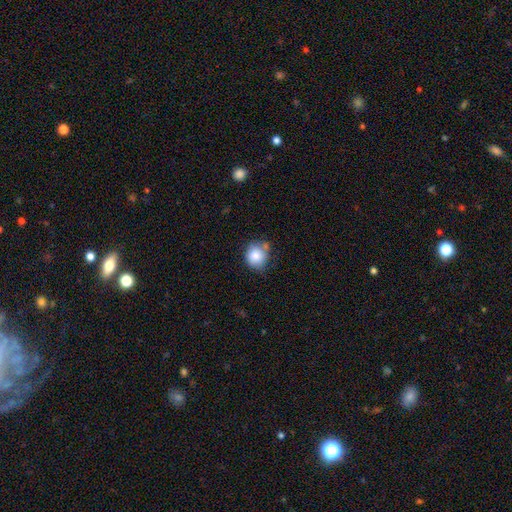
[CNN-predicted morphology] A smooth galaxy with no disk features (83%) that is round (79%).

Vote fractions:
- Smooth or featured? smooth: 83% / star or artifact: 9% / featured or disk: 8%
- How rounded? round: 79% / in between: 20% / cigar-shaped: 1%
- Merging? none: 62% / minor disturbance: 24% / merger: 9% / major disturbance: 5%